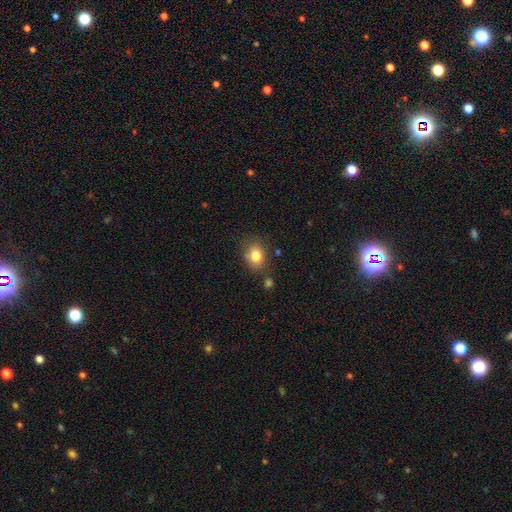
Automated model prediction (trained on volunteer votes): Overall: smooth (82%). How rounded: in between (54%; round 45%). Merging: none (73%).